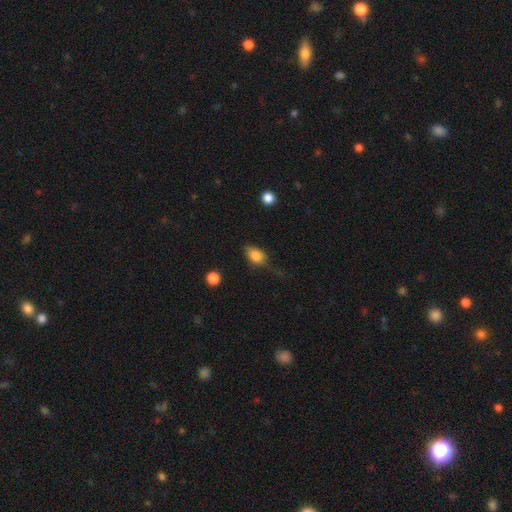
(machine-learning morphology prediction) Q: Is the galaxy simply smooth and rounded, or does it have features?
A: smooth — 81%.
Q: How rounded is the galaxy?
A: in between — 78%.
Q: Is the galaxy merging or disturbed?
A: none — 48%.